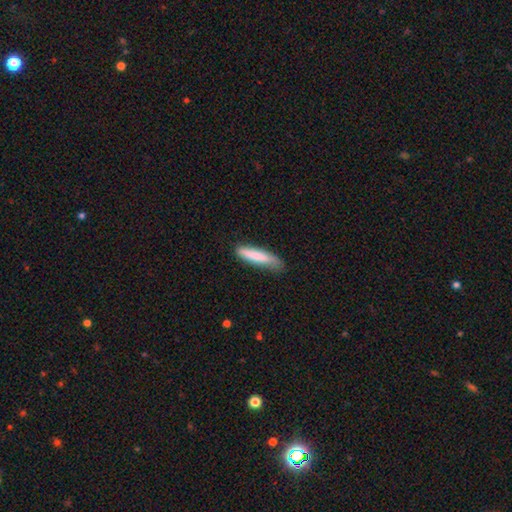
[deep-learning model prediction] Smooth or featured?
  - smooth: 82% *
  - featured or disk: 12%
  - star or artifact: 6%
How rounded?
  - cigar-shaped: 81% *
  - in between: 18%
  - round: 1%
Merging?
  - none: 65% *
  - minor disturbance: 28%
  - major disturbance: 6%
  - merger: 2%